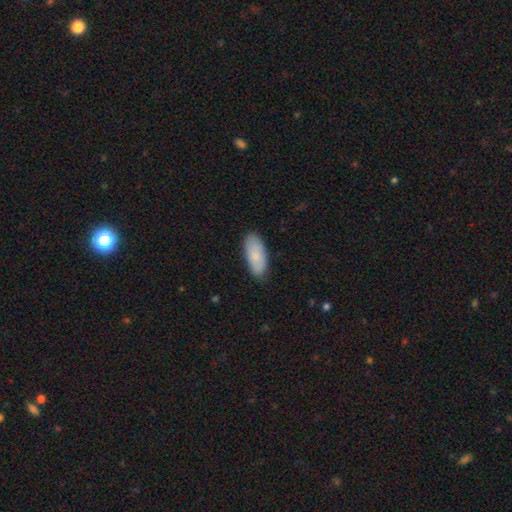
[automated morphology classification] type=smooth (84%); roundness=in between (89%); merging=none (82%).